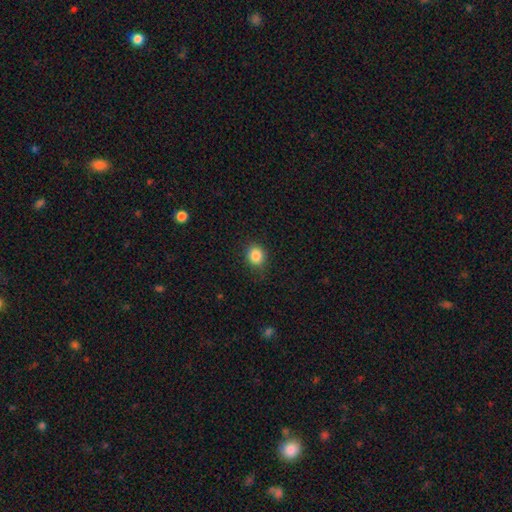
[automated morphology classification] smooth-or-featured: smooth: 85% | star or artifact: 10% | featured or disk: 4%
  how-rounded: round: 72% | in between: 27% | cigar-shaped: 1%
  merging: none: 83% | minor disturbance: 12% | major disturbance: 3% | merger: 1%